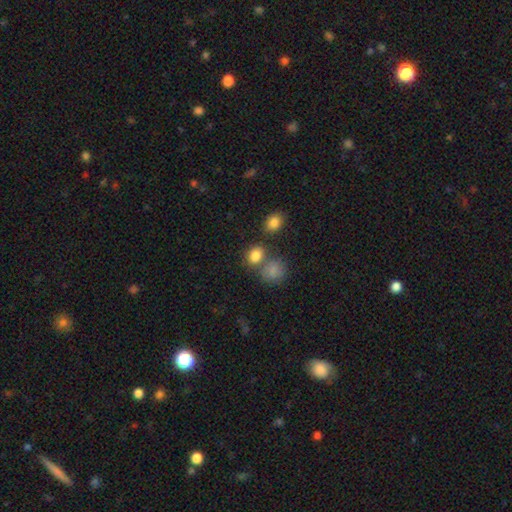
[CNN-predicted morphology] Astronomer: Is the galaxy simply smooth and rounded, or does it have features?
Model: smooth — 83%.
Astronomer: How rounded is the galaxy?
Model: in between — 56% (runner-up: round, 43%).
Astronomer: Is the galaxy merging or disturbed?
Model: none — 58%.